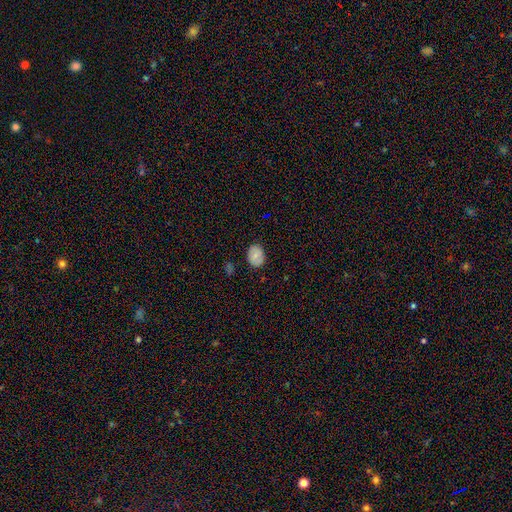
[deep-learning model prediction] Smooth or featured? smooth (73%)
How rounded? in between (66%)
Merging? none (82%)